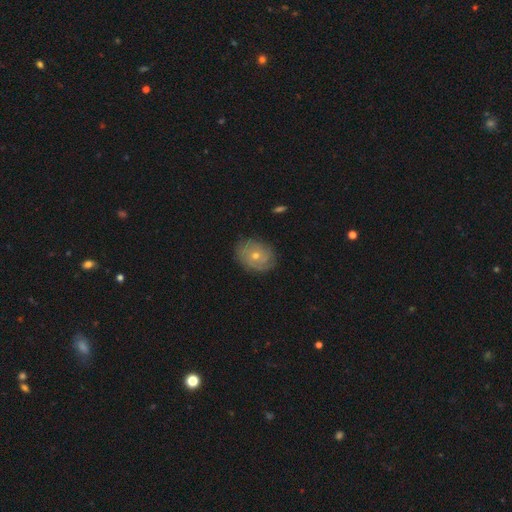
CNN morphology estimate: type=featured or disk (55%); edge-on=no (95%); bar=no (84%); spiral arms=yes (76%); bulge=small (58%); merging=none (82%).